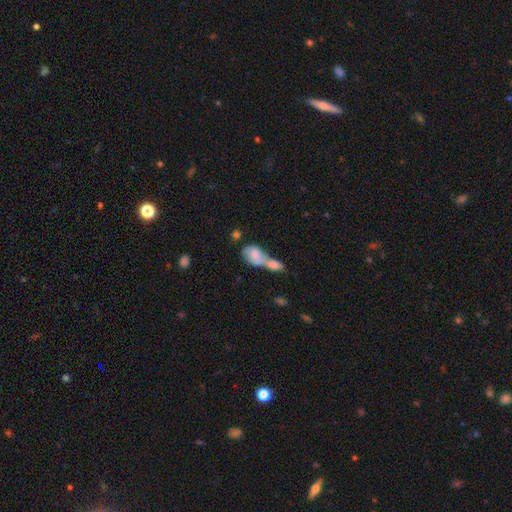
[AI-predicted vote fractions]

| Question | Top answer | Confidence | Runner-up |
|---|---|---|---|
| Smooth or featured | smooth | 69% | featured or disk (23%) |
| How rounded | in between | 78% | round (18%) |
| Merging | merger | 76% | none (12%) |